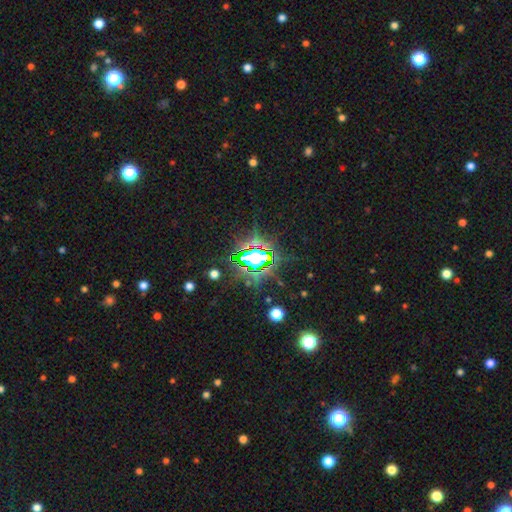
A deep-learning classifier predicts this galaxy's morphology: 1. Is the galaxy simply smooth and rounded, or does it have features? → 82% star or artifact, 10% smooth, 8% featured or disk.